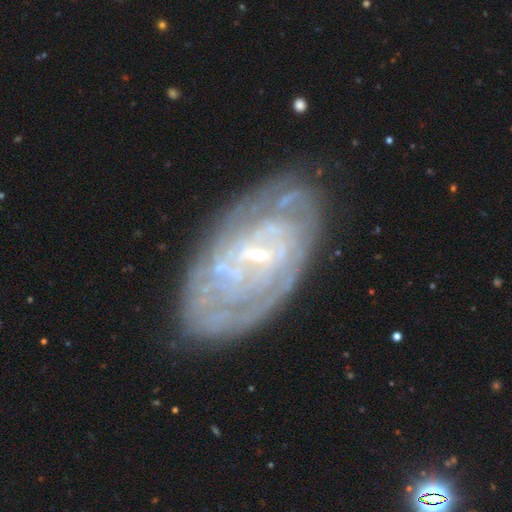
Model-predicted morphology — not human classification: A featured or disk galaxy (81%) with a weak bar (46%), tight (70%) spiral arms (86%) and a small central bulge (77%).

Vote fractions:
- Smooth or featured? featured or disk: 81% / smooth: 12% / star or artifact: 7%
- Edge-on disk? no: 94% / yes: 6%
- Bar? weak: 46% / no: 33% / strong: 21%
- Spiral arms? yes: 86% / no: 14%
- Spiral winding? tight: 70% / medium: 23% / loose: 7%
- Spiral arm count? can't tell: 50% / 2: 19% / 3: 10% / 4: 9% / more than 4: 7% / 1: 5%
- Bulge size? small: 77% / moderate: 15% / none: 6% / large: 2% / dominant: 1%
- Merging? none: 74% / minor disturbance: 17% / major disturbance: 7% / merger: 3%